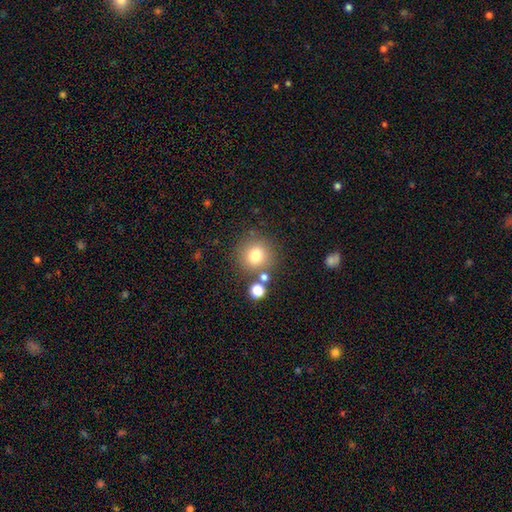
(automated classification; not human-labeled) Morphology: type=smooth (77%); roundness=round (90%); merging=none (76%).